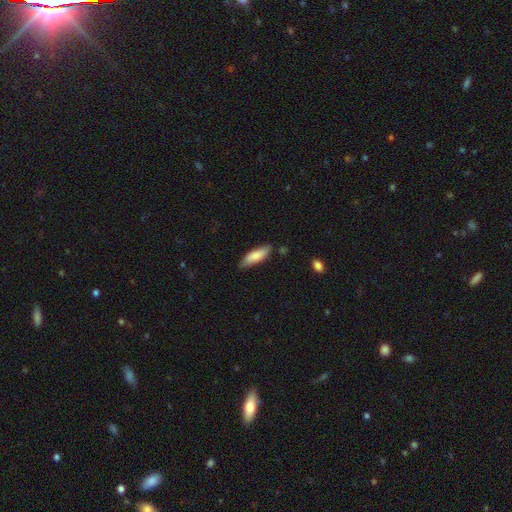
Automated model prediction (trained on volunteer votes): This appears to be a smooth galaxy with no disk features (81%) that is in between round and cigar-shaped (53%). Merging: none (79%).